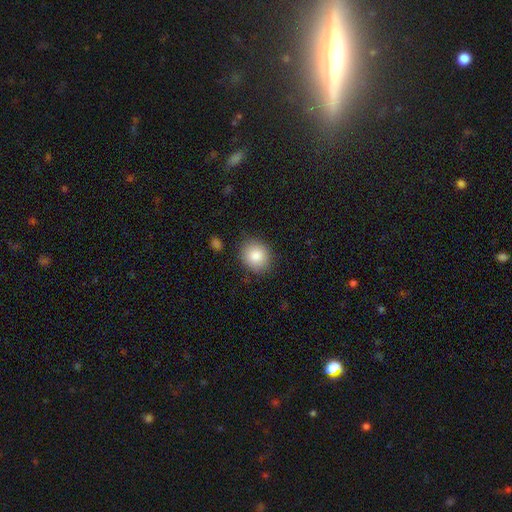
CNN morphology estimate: smooth_or_featured: smooth (p=0.85) [alt: star or artifact p=0.08]
how_rounded: round (p=0.73) [alt: in between p=0.26]
merging: none (p=0.85) [alt: minor disturbance p=0.11]